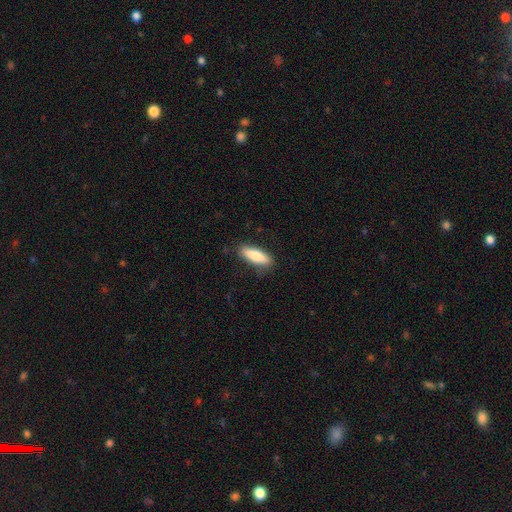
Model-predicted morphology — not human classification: Smooth or featured? smooth (81%)
How rounded? in between (50%)
Merging? none (83%)